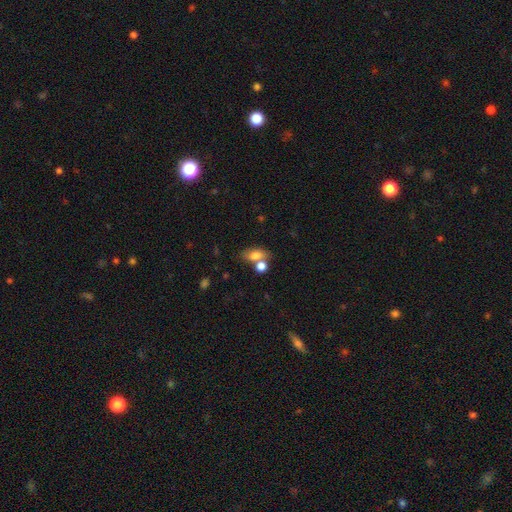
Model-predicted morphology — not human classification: Smooth or featured?
  - smooth: 77% *
  - featured or disk: 13%
  - star or artifact: 10%
How rounded?
  - in between: 80% *
  - round: 15%
  - cigar-shaped: 5%
Merging?
  - none: 46% *
  - merger: 34%
  - minor disturbance: 13%
  - major disturbance: 6%